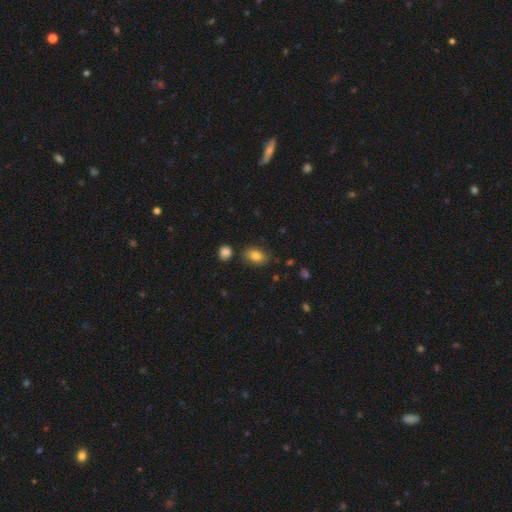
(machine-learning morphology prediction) Smooth or featured: smooth — 82% (featured or disk — 9%)
How rounded: in between — 82% (round — 16%)
Merging: none — 76% (minor disturbance — 15%)